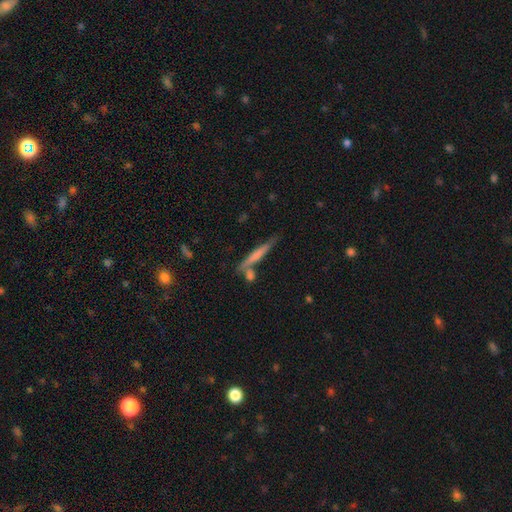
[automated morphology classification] A smooth galaxy with no disk features (50%) that is cigar-shaped (94%). Merging: none (72%).